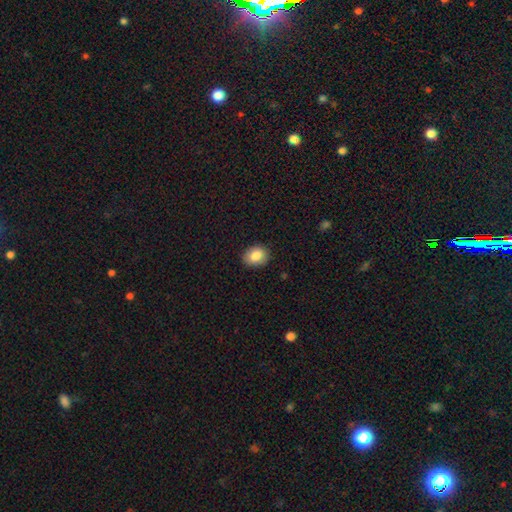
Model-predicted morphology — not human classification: A smooth galaxy with no disk features (84%) that is in between round and cigar-shaped (57%).

Vote fractions:
- Smooth or featured? smooth: 84% / star or artifact: 8% / featured or disk: 7%
- How rounded? in between: 57% / round: 43% / cigar-shaped: 1%
- Merging? none: 88% / minor disturbance: 9% / major disturbance: 2% / merger: 1%